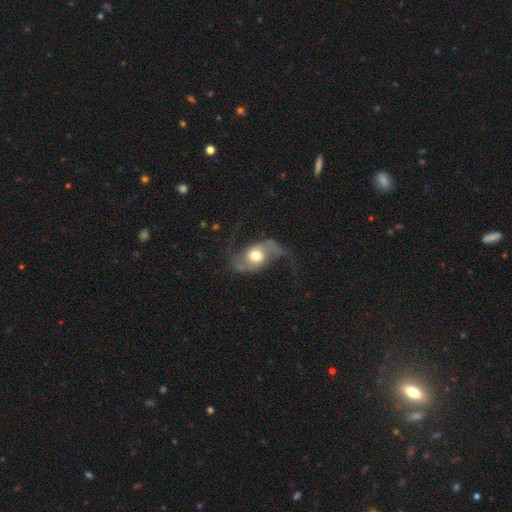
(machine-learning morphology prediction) Overall: featured or disk (82%). Edge-on disk: no (96%). Bar: no (64%; weak 26%). Spiral arms: yes (94%). Spiral arm count: 2 (93%). Spiral winding: loose (76%). Bulge size: moderate (58%; large 29%). Merging: none (60%; major disturbance 20%).